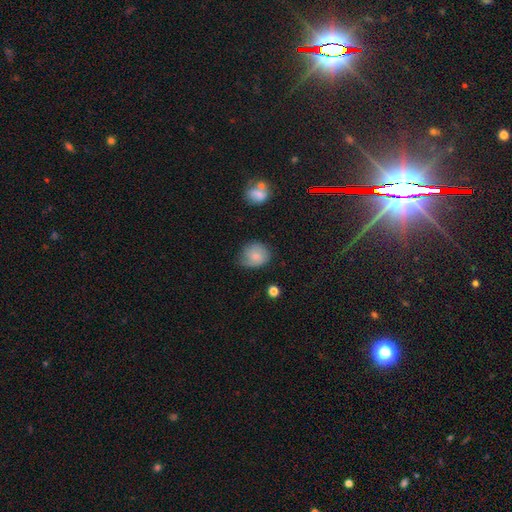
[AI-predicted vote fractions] smooth 66%, featured or disk 25%, star or artifact 8%. Down the decision tree: how rounded — round (67%); merging — none (54%).